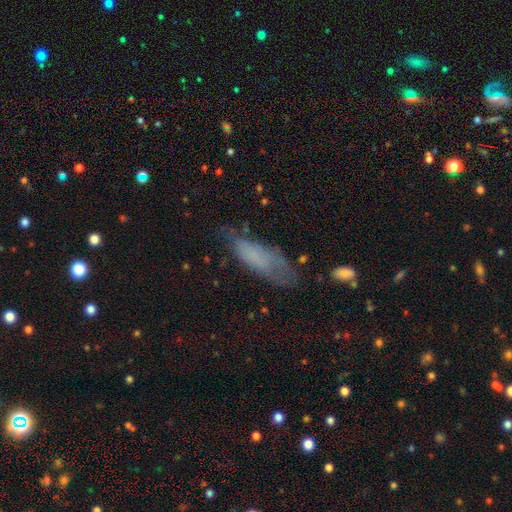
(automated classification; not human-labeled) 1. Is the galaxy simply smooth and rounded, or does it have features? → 64% smooth, 25% featured or disk, 11% star or artifact.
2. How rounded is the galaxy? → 63% in between, 34% cigar-shaped, 2% round.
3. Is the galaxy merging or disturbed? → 46% none, 31% minor disturbance, 20% major disturbance, 3% merger.